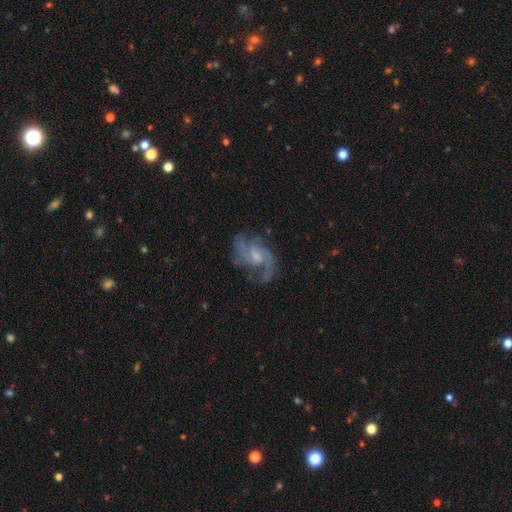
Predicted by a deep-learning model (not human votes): featured or disk 85%, smooth 8%, star or artifact 7%. Down the decision tree: edge-on disk — no (98%); bar — weak (49%); spiral arms — yes (95%); spiral arm count — 2 (56%); spiral winding — medium (53%); bulge size — small (48%); merging — none (64%).